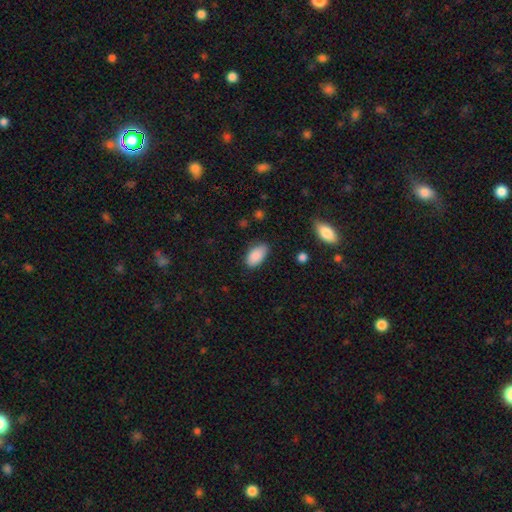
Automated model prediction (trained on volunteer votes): Smooth or featured? Predicted: smooth (p=0.88). How rounded? Predicted: in between (p=0.94). Merging? Predicted: none (p=0.79).